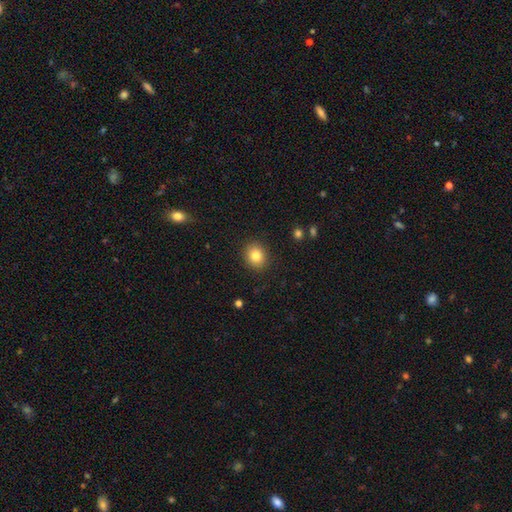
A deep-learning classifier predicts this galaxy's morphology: smooth 83%, star or artifact 10%, featured or disk 7%. Down the decision tree: how rounded — round (75%); merging — none (90%).